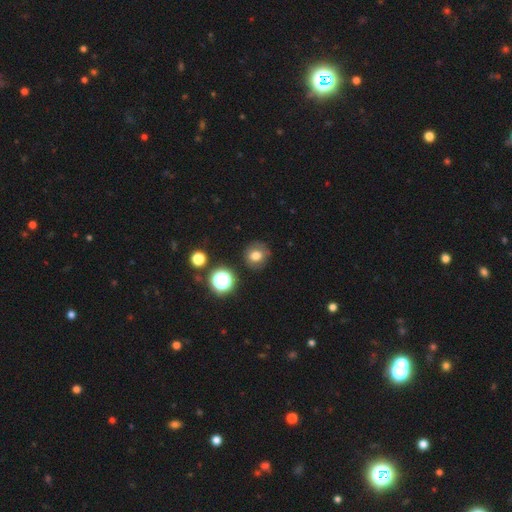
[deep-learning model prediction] A smooth galaxy with no disk features (73%) that is round (88%). Merging: none (84%).